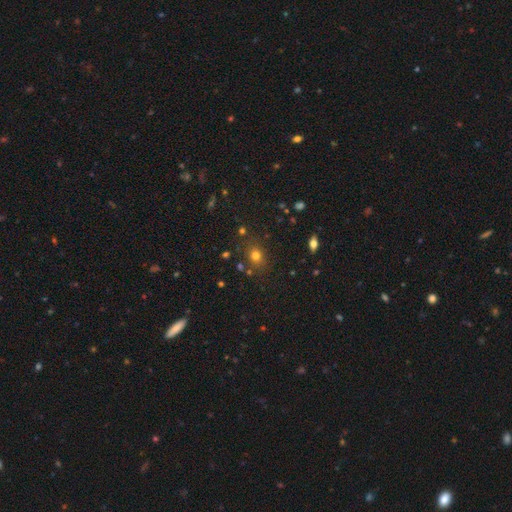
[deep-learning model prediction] Smooth or featured?
  - smooth: 73% *
  - star or artifact: 18%
  - featured or disk: 8%
How rounded?
  - round: 65% *
  - in between: 34%
  - cigar-shaped: 1%
Merging?
  - none: 80% *
  - minor disturbance: 11%
  - merger: 5%
  - major disturbance: 4%